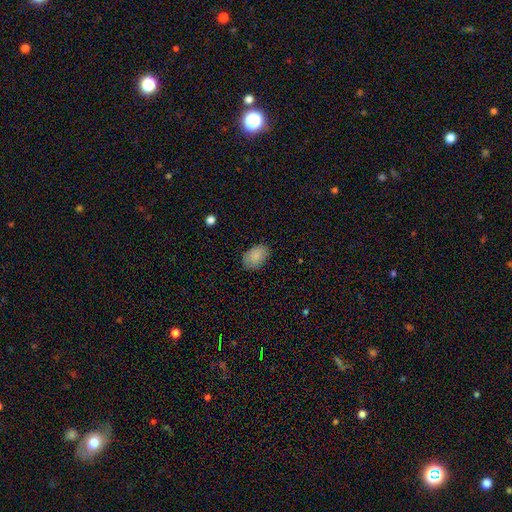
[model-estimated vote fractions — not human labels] Smooth or featured?
  - smooth: 86% *
  - star or artifact: 8%
  - featured or disk: 6%
How rounded?
  - in between: 87% *
  - round: 12%
  - cigar-shaped: 1%
Merging?
  - none: 81% *
  - minor disturbance: 14%
  - major disturbance: 3%
  - merger: 1%